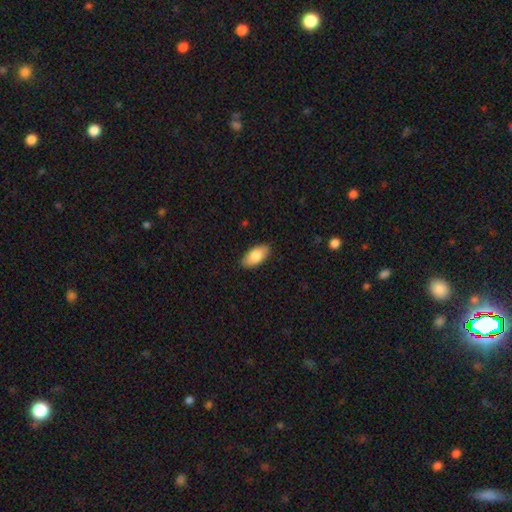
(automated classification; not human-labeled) smooth-or-featured: smooth: 84% | featured or disk: 11% | star or artifact: 6%
  how-rounded: in between: 92% | cigar-shaped: 5% | round: 2%
  merging: none: 88% | minor disturbance: 9% | major disturbance: 2% | merger: 1%